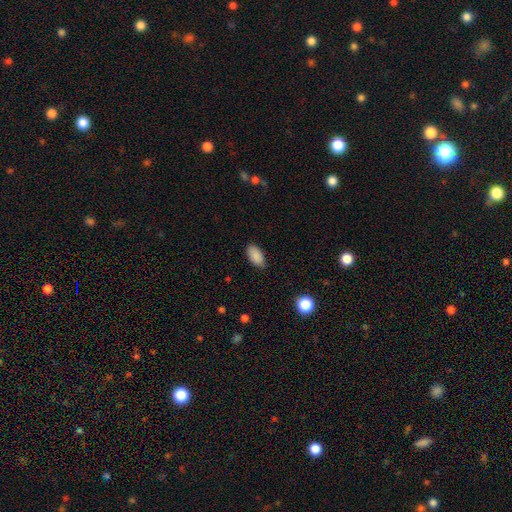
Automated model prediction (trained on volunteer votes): Smooth or featured?
  - smooth: 89% *
  - star or artifact: 8%
  - featured or disk: 4%
How rounded?
  - in between: 94% *
  - round: 3%
  - cigar-shaped: 3%
Merging?
  - none: 85% *
  - minor disturbance: 12%
  - major disturbance: 2%
  - merger: 1%